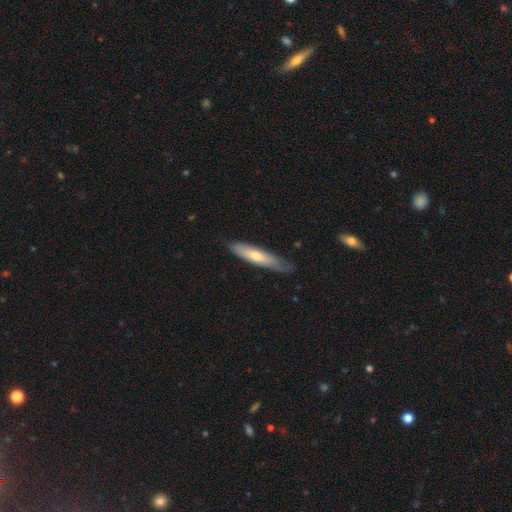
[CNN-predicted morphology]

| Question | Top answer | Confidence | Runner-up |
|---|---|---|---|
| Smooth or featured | smooth | 54% | featured or disk (40%) |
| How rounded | cigar-shaped | 85% | in between (14%) |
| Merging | none | 75% | minor disturbance (20%) |